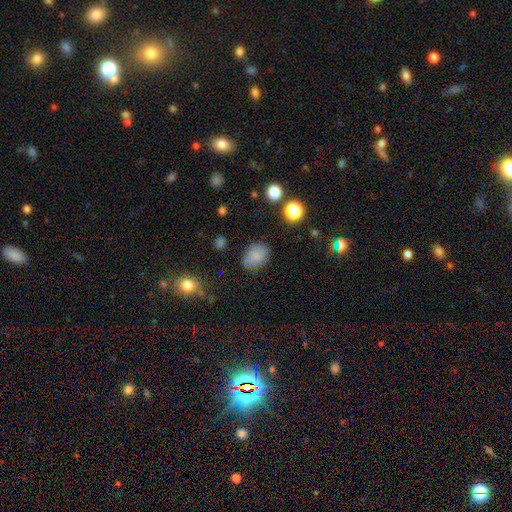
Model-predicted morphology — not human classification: Smooth or featured: smooth — 79% (star or artifact — 11%)
How rounded: in between — 72% (round — 27%)
Merging: none — 78% (minor disturbance — 16%)